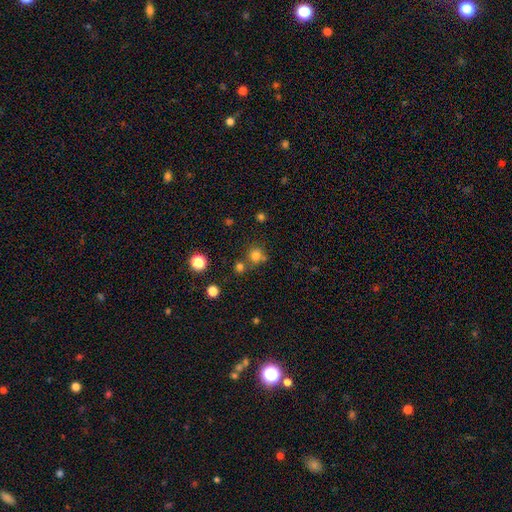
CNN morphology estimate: The model was most divided on "merging": none: 67%, merger: 21%, minor disturbance: 9%, major disturbance: 4%. More confident: how rounded — round (90%); smooth or featured — smooth (76%).